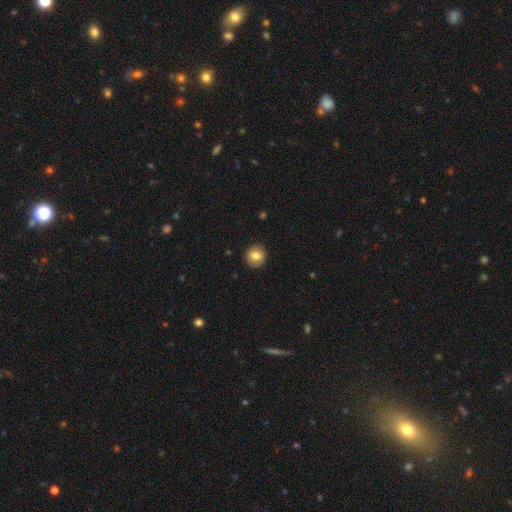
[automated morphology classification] A smooth galaxy with no disk features (82%) that is round (92%). Merging: none (91%).